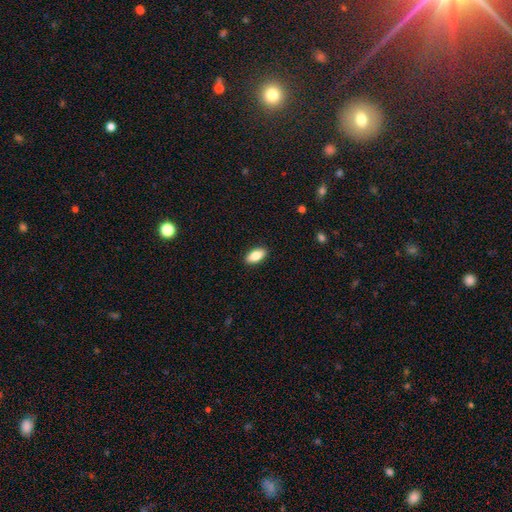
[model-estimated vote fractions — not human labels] A smooth galaxy with no disk features (83%) that is in between round and cigar-shaped (89%). Merging: none (90%).